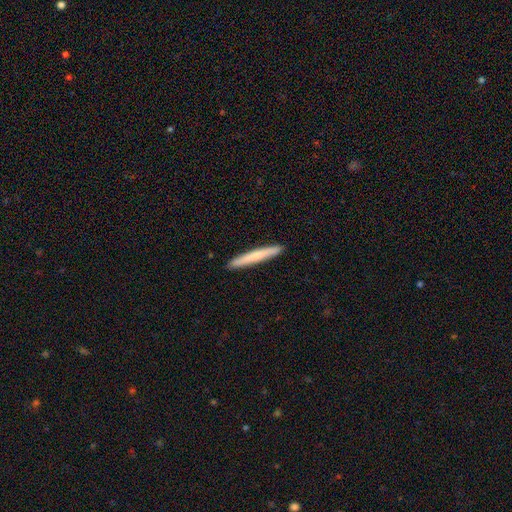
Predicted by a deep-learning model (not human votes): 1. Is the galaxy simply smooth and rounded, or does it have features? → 65% smooth, 29% featured or disk, 5% star or artifact.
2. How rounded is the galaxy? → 97% cigar-shaped, 2% in between, 1% round.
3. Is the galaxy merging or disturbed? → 93% none, 5% minor disturbance, 1% major disturbance, 1% merger.